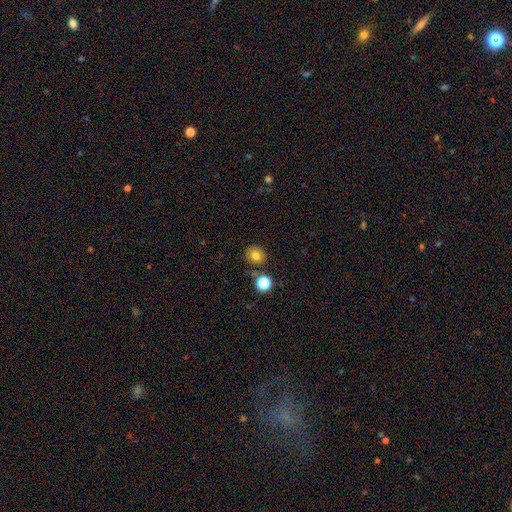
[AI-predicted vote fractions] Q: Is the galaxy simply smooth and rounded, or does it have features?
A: smooth — 76%.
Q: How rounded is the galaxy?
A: round — 83%.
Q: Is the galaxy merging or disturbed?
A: none — 80%.